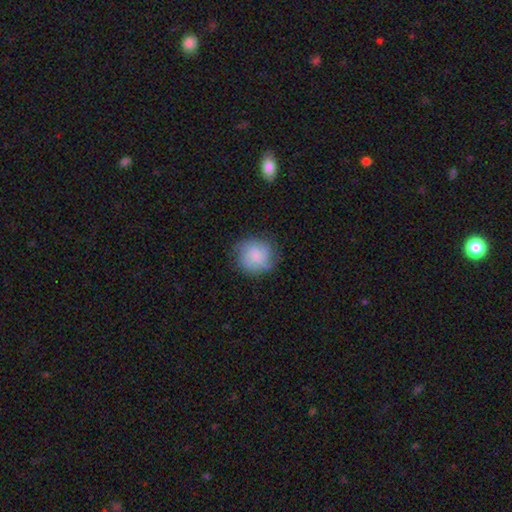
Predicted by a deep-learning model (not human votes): A smooth galaxy with no disk features (61%) that is round (87%). Merging: none (74%).